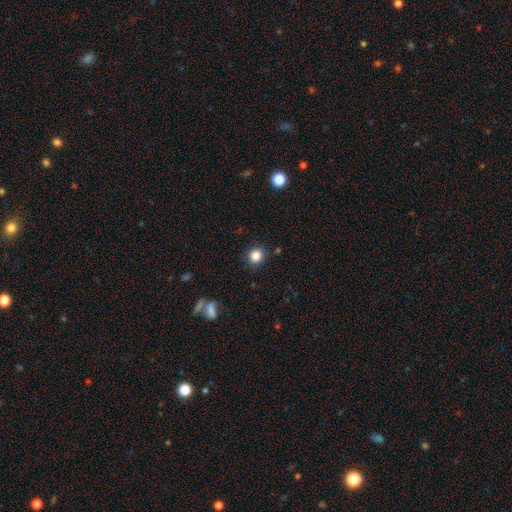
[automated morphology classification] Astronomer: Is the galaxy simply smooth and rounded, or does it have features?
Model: smooth — 84%.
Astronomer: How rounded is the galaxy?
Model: round — 86%.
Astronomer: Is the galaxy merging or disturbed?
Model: none — 87%.